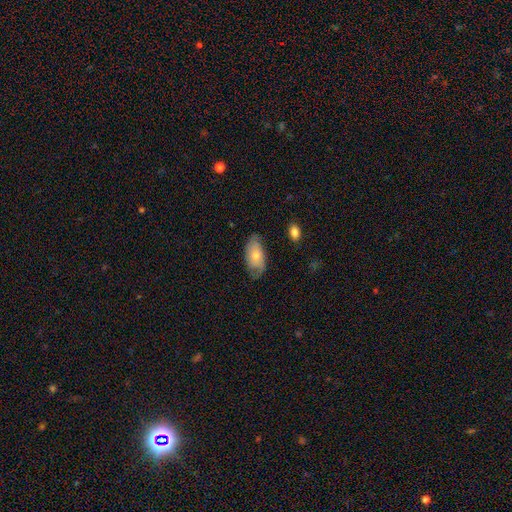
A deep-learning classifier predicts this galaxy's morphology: smooth 63%, featured or disk 31%, star or artifact 6%. Down the decision tree: how rounded — in between (93%); merging — none (66%).